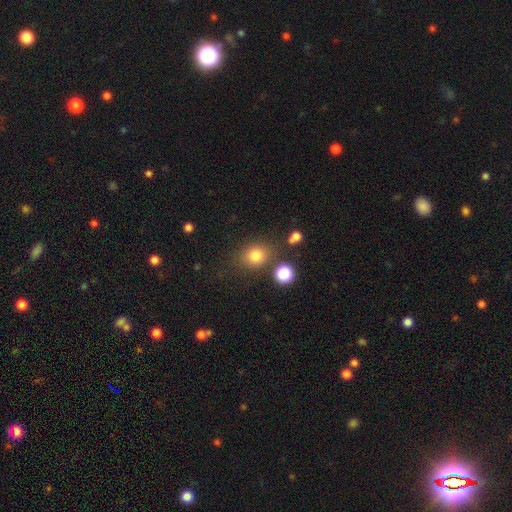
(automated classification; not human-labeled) smooth_or_featured: smooth (p=0.80) [alt: star or artifact p=0.14]
how_rounded: round (p=0.70) [alt: in between p=0.29]
merging: none (p=0.77) [alt: minor disturbance p=0.12]